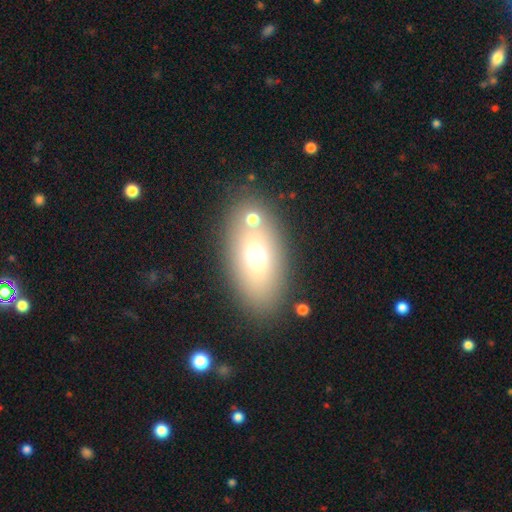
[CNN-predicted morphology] This is likely a smooth galaxy (65%). How rounded: clearly in between (87%). Merging: likely none (76%).